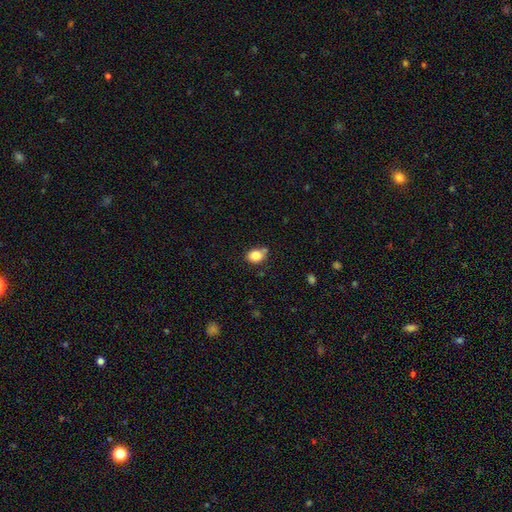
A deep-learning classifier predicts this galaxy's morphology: Overall: smooth (84%). How rounded: in between (59%; round 40%). Merging: none (69%).